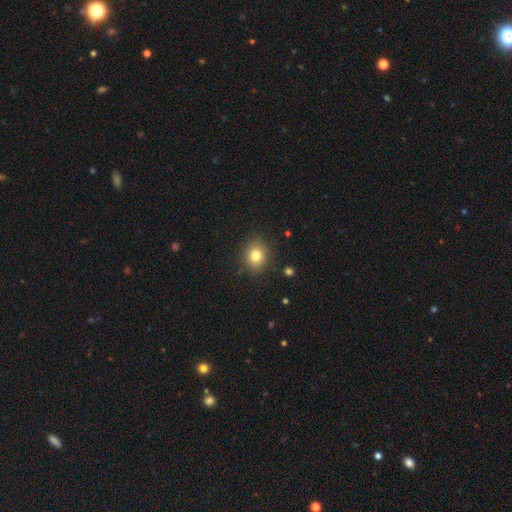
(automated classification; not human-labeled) Q: Smooth or featured?
A: smooth (80%); runner-up: star or artifact (11%)
Q: How rounded?
A: round (63%); runner-up: in between (36%)
Q: Merging?
A: none (88%); runner-up: minor disturbance (9%)